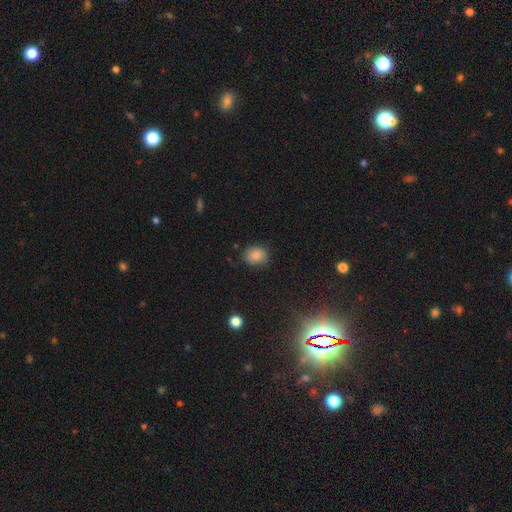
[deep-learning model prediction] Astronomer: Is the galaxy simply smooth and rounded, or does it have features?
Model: smooth — 83%.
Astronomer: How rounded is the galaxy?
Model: round — 64%.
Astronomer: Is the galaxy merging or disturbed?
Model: none — 80%.